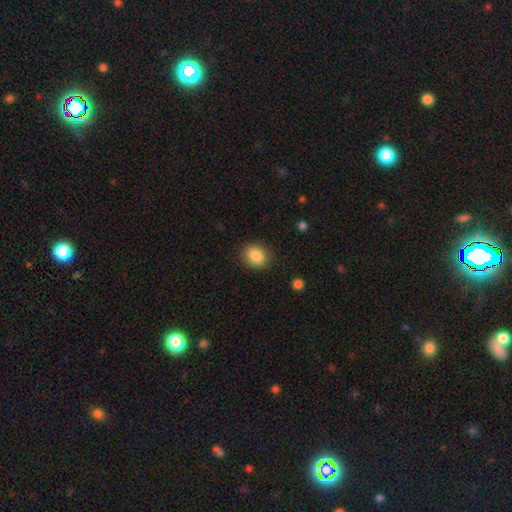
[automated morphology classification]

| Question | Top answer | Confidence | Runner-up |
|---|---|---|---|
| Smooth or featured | smooth | 87% | star or artifact (8%) |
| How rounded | round | 58% | in between (41%) |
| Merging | none | 87% | minor disturbance (9%) |